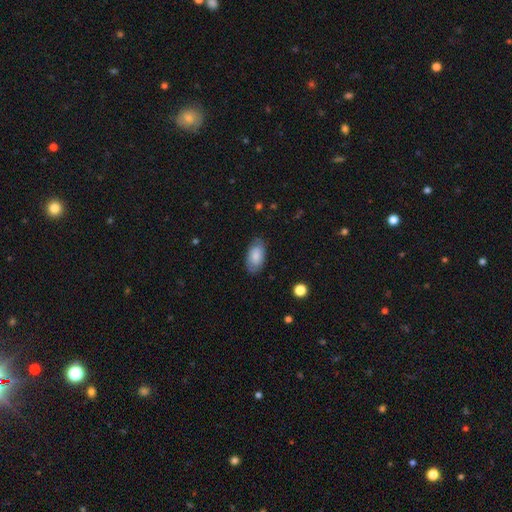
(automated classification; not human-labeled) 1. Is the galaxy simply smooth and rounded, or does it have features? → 71% smooth, 22% featured or disk, 7% star or artifact.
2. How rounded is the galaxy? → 94% in between, 4% round, 2% cigar-shaped.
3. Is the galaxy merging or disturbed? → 78% none, 17% minor disturbance, 4% major disturbance, 1% merger.